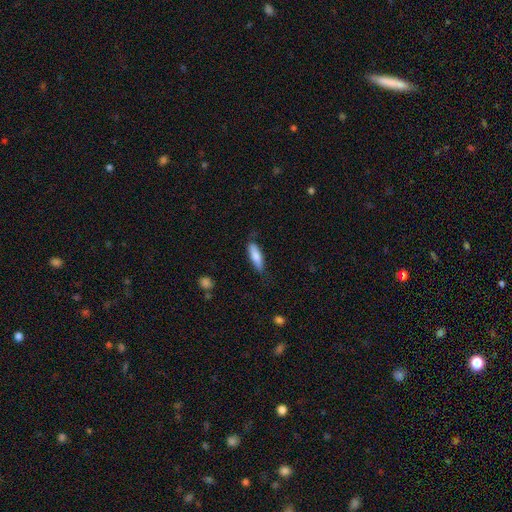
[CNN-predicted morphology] Smooth or featured: smooth — 78% (featured or disk — 16%)
How rounded: cigar-shaped — 60% (in between — 39%)
Merging: none — 76% (minor disturbance — 19%)